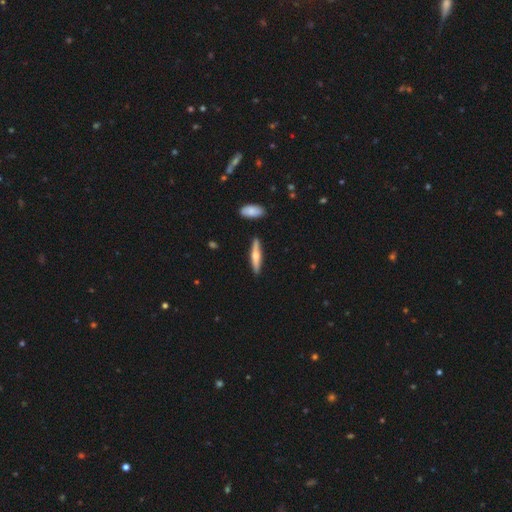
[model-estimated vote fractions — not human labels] Overall: featured or disk (54%; smooth 40%). Edge-on disk: yes (94%). Edge-on bulge: rounded (91%). Merging: none (87%).